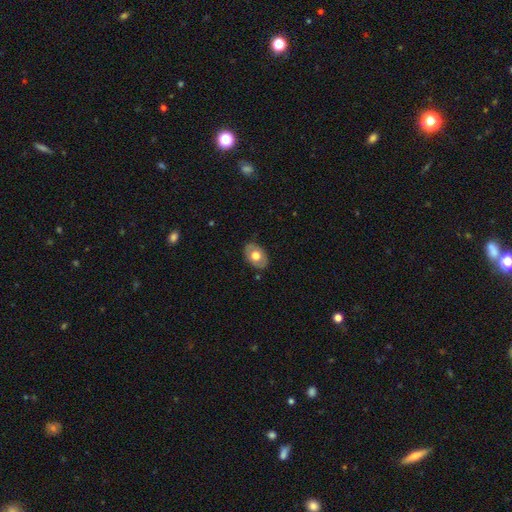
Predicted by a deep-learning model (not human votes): A smooth galaxy with no disk features (58%) that is in between round and cigar-shaped (81%).

Vote fractions:
- Smooth or featured? smooth: 58% / featured or disk: 36% / star or artifact: 6%
- How rounded? in between: 81% / round: 18% / cigar-shaped: 1%
- Merging? none: 83% / minor disturbance: 13% / major disturbance: 3% / merger: 1%